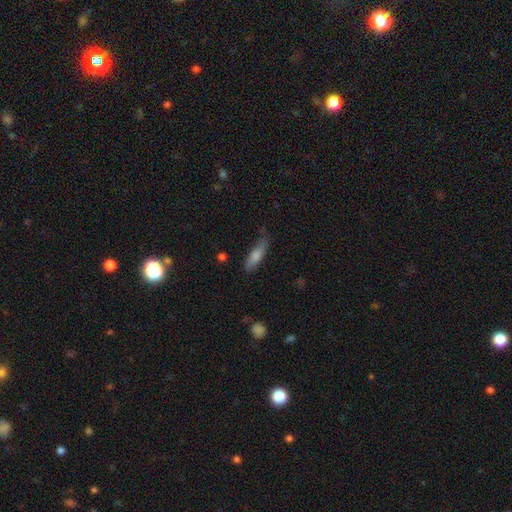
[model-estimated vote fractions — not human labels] Smooth or featured?
  - smooth: 68% *
  - featured or disk: 24%
  - star or artifact: 8%
How rounded?
  - cigar-shaped: 63% *
  - in between: 35%
  - round: 2%
Merging?
  - none: 68% *
  - minor disturbance: 24%
  - major disturbance: 5%
  - merger: 2%